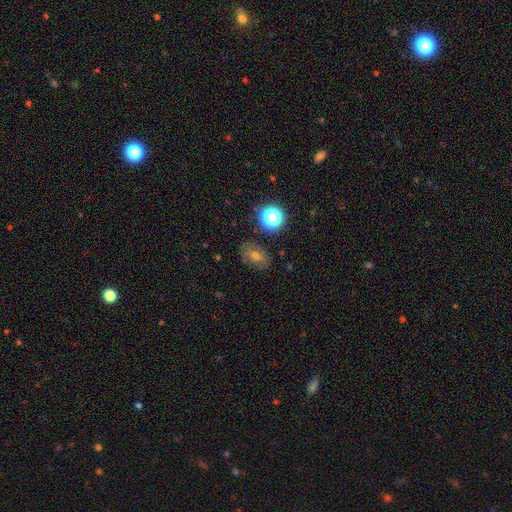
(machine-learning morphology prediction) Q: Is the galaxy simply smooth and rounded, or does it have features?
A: smooth — 56%.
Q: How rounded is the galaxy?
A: in between — 73%.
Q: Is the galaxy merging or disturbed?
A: none — 80%.